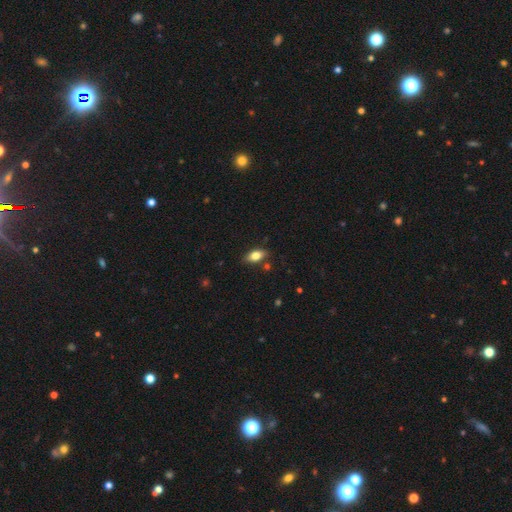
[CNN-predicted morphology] This is likely a smooth galaxy (76%). How rounded: clearly in between (87%). Merging: clearly none (80%).